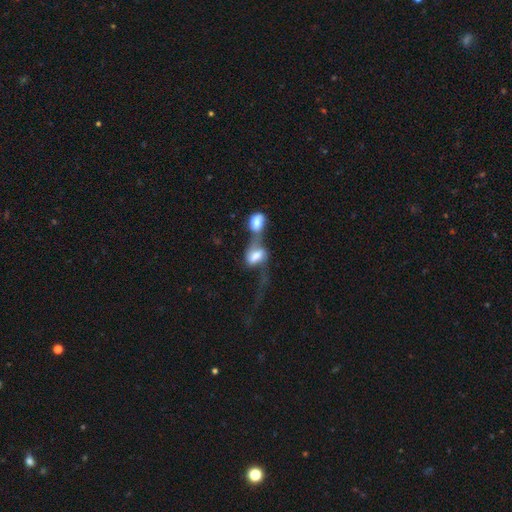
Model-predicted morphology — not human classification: smooth-or-featured: smooth: 54% | featured or disk: 37% | star or artifact: 9%
  how-rounded: in between: 81% | round: 14% | cigar-shaped: 5%
  merging: merger: 77% | major disturbance: 12% | none: 7% | minor disturbance: 4%